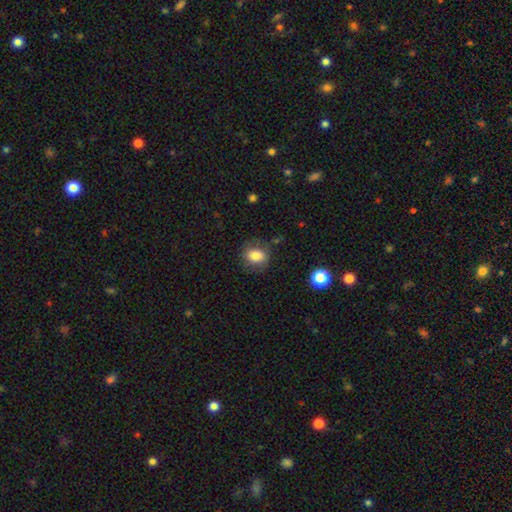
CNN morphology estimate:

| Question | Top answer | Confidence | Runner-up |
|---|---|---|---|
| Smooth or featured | smooth | 79% | featured or disk (13%) |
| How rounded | in between | 50% | round (49%) |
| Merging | none | 73% | minor disturbance (17%) |